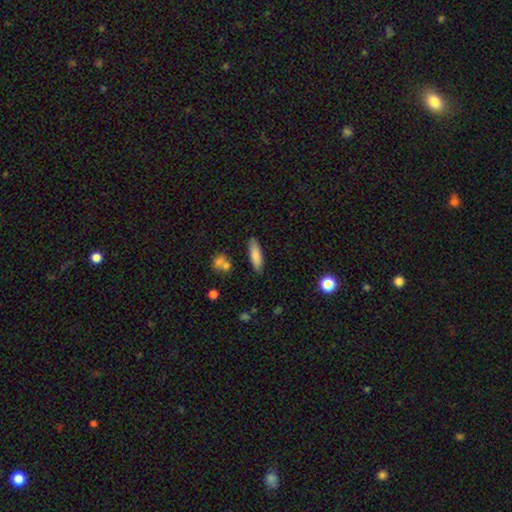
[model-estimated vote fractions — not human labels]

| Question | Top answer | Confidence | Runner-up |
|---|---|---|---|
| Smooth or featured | smooth | 82% | featured or disk (11%) |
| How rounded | cigar-shaped | 56% | in between (42%) |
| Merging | none | 82% | minor disturbance (11%) |